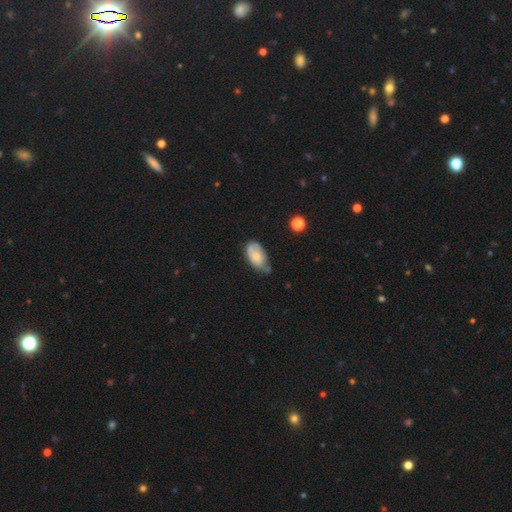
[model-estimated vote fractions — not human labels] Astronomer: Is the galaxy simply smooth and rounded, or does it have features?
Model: smooth — 63%.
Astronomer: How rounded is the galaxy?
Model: in between — 93%.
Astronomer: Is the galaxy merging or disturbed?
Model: none — 43% (runner-up: minor disturbance, 40%).